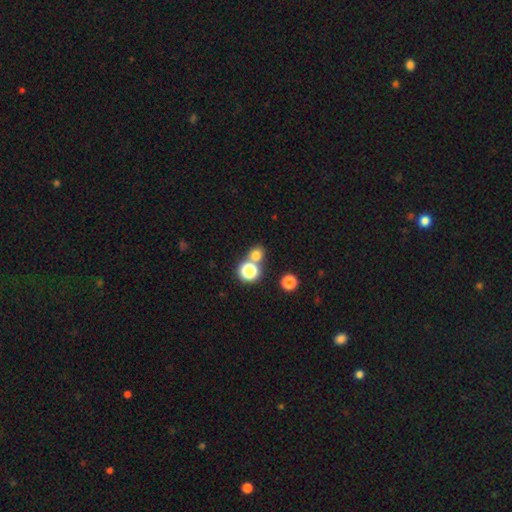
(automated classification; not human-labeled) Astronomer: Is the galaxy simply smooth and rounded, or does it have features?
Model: smooth — 72%.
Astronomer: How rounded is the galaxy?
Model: round — 83%.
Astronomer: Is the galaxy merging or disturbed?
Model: none — 61%.